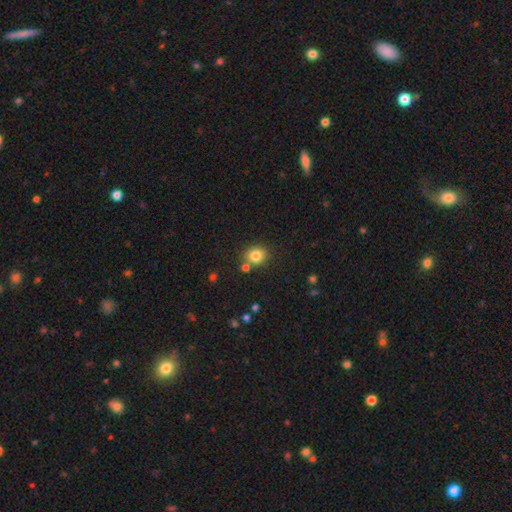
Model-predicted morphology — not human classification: Overall: smooth (82%). How rounded: round (77%). Merging: none (76%).